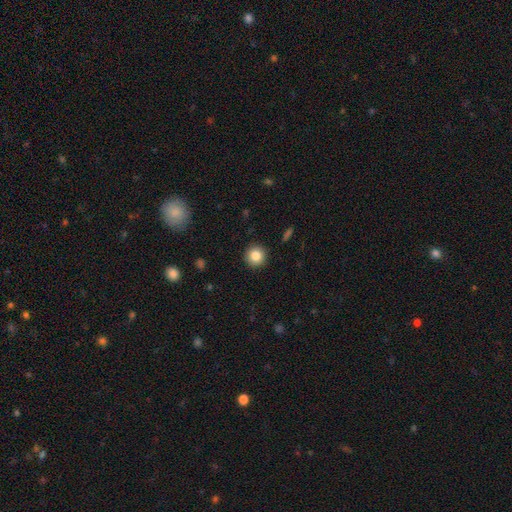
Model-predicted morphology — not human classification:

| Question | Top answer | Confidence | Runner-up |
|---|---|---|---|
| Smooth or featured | smooth | 84% | star or artifact (9%) |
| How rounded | round | 95% | in between (4%) |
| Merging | none | 92% | minor disturbance (5%) |